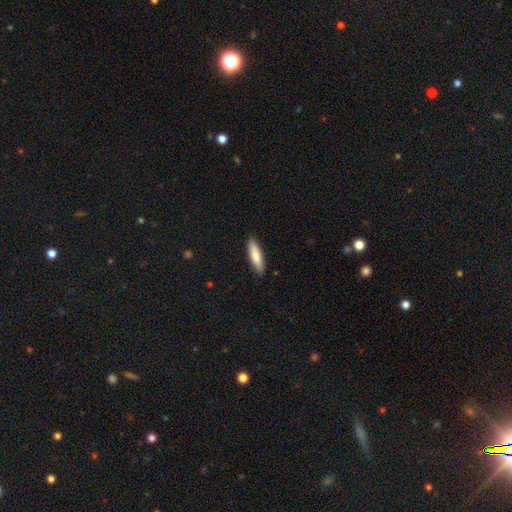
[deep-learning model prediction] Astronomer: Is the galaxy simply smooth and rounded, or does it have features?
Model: smooth — 84%.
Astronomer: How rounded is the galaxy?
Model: cigar-shaped — 69%.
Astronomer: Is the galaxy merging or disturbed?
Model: none — 89%.